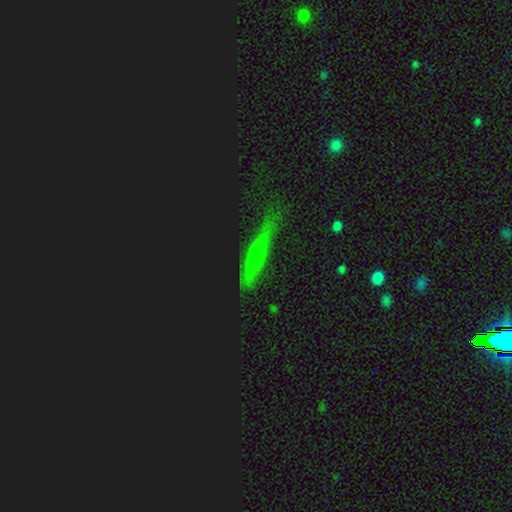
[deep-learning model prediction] Q: Smooth or featured?
A: smooth (52%); runner-up: star or artifact (27%)
Q: How rounded?
A: cigar-shaped (79%); runner-up: in between (15%)
Q: Merging?
A: none (73%); runner-up: minor disturbance (19%)